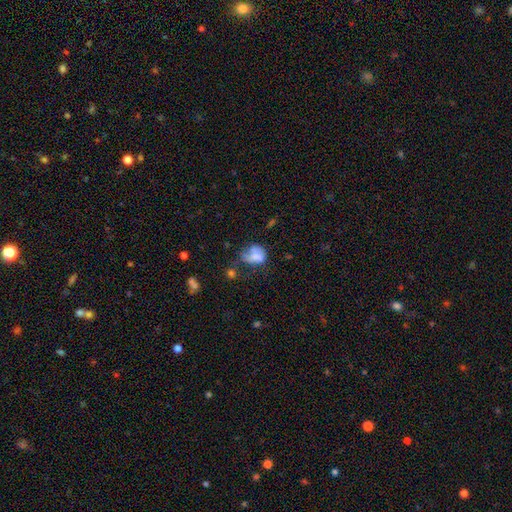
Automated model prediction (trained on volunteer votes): This appears to be a smooth galaxy with no disk features (64%) that is in between round and cigar-shaped (61%). Merging: major disturbance (29%, tied with minor disturbance).